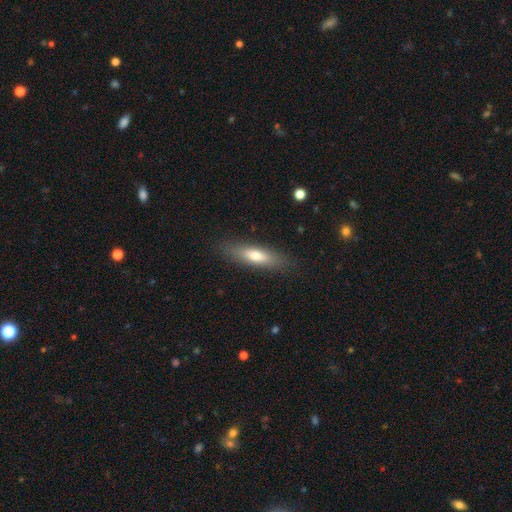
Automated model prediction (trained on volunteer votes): smooth 66%, featured or disk 27%, star or artifact 7%. Down the decision tree: how rounded — cigar-shaped (65%); merging — none (86%).